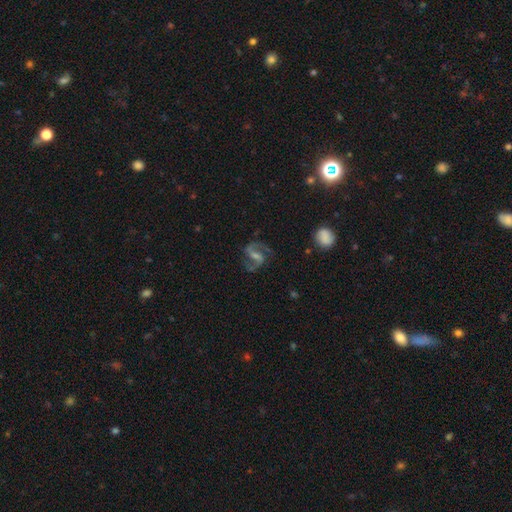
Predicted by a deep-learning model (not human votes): featured or disk 88%, star or artifact 6%, smooth 5%. Down the decision tree: edge-on disk — no (98%); bar — weak (46%); spiral arms — yes (97%); spiral arm count — 2 (93%); spiral winding — medium (59%); bulge size — small (44%); merging — none (80%).